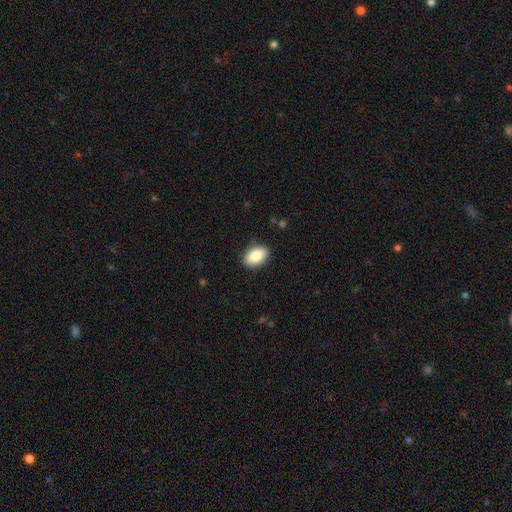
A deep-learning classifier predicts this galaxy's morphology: smooth-or-featured: smooth: 86% | featured or disk: 7% | star or artifact: 7%
  how-rounded: in between: 90% | round: 9% | cigar-shaped: 2%
  merging: none: 87% | minor disturbance: 10% | major disturbance: 2% | merger: 1%